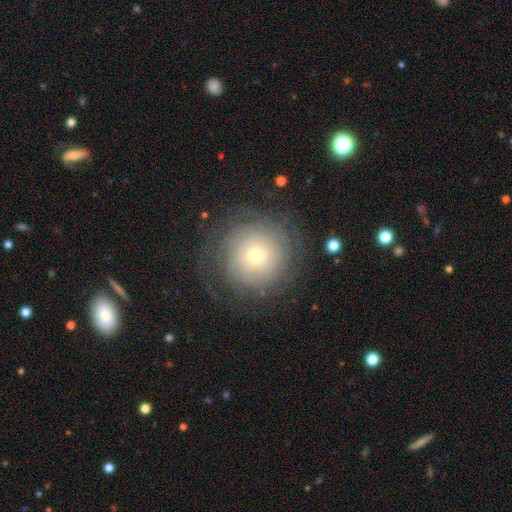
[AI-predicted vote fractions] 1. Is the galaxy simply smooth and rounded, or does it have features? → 65% featured or disk, 26% smooth, 9% star or artifact.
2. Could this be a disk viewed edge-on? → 97% no, 3% yes.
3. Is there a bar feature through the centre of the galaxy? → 84% no, 13% weak, 3% strong.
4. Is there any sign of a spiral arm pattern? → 84% yes, 16% no.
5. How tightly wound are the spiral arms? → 81% tight, 13% medium, 6% loose.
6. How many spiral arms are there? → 52% can't tell, 16% 2, 10% 3, 9% 4, 8% more than 4, 6% 1.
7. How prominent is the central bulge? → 53% small, 40% moderate, 5% large, 2% dominant, 1% none.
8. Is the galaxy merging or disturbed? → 77% none, 13% minor disturbance, 9% major disturbance, 1% merger.